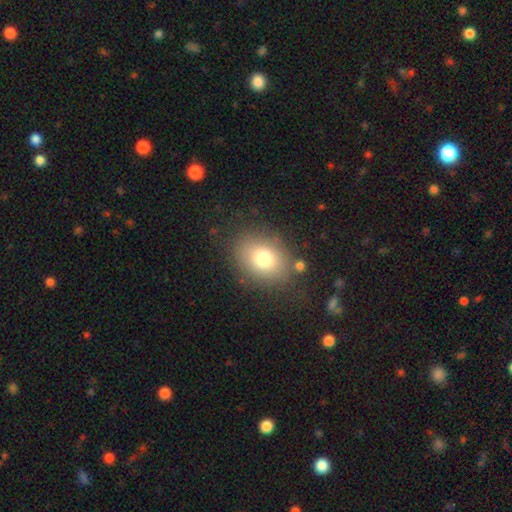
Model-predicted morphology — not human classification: smooth-or-featured: smooth: 75% | star or artifact: 15% | featured or disk: 10%
  how-rounded: in between: 54% | round: 45% | cigar-shaped: 1%
  merging: none: 85% | minor disturbance: 10% | major disturbance: 3% | merger: 2%